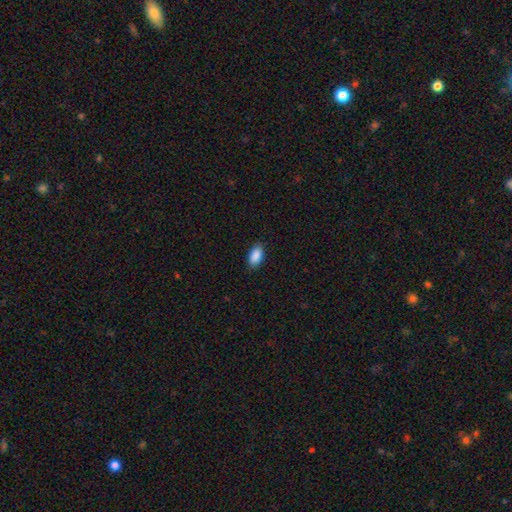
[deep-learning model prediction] smooth-or-featured: smooth: 90% | star or artifact: 7% | featured or disk: 3%
  how-rounded: in between: 92% | cigar-shaped: 5% | round: 3%
  merging: none: 87% | minor disturbance: 10% | major disturbance: 2% | merger: 1%